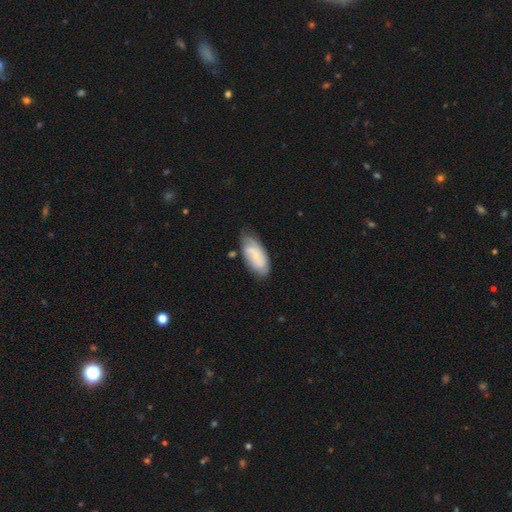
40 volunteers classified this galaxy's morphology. smooth-or-featured: smooth: 48% | featured or disk: 45% | star or artifact: 8%
  how-rounded: in between: 95% | cigar-shaped: 5% | round: 0%
  merging: minor disturbance: 46% | none: 43% | major disturbance: 8% | merger: 3%